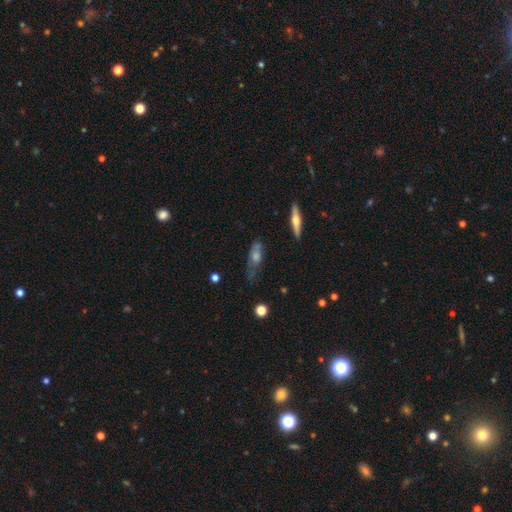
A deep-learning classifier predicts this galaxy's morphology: Q: Smooth or featured?
A: featured or disk (44%); tied with: smooth (44%)
Q: Merging?
A: none (48%); runner-up: minor disturbance (33%)